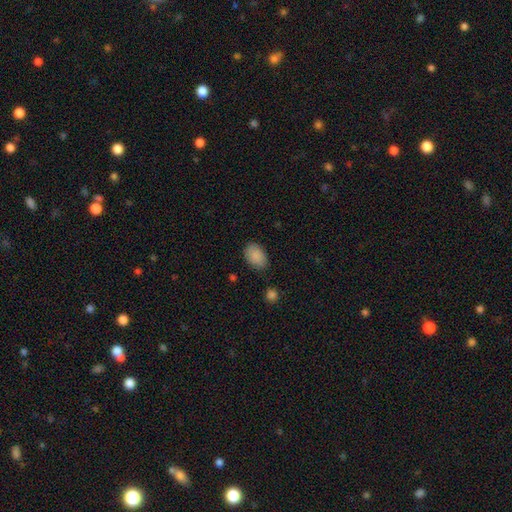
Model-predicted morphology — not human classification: Overall: smooth (88%). How rounded: in between (85%). Merging: none (79%).